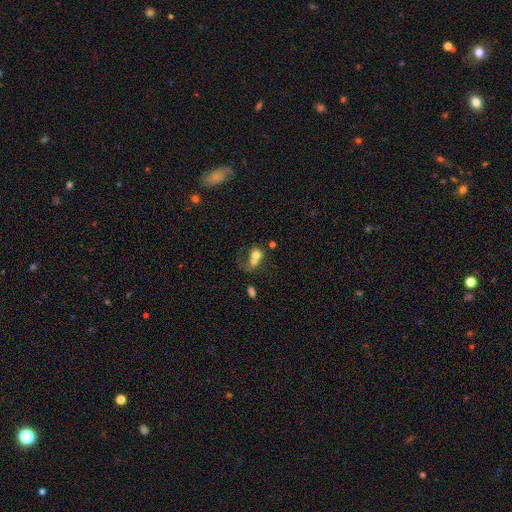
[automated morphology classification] Smooth or featured: smooth — 64% (featured or disk — 25%)
How rounded: round — 62% (in between — 36%)
Merging: merger — 64% (none — 18%)